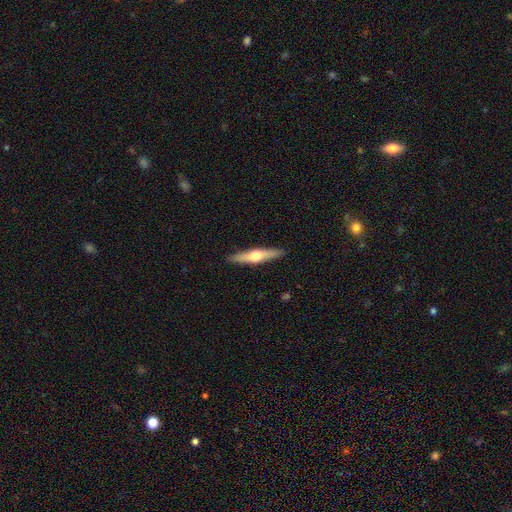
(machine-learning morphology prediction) Smooth or featured: featured or disk — 60% (smooth — 34%)
Edge-on disk: yes — 96% (no — 4%)
Edge-on bulge: rounded — 94% (none — 3%)
Merging: none — 91% (minor disturbance — 7%)